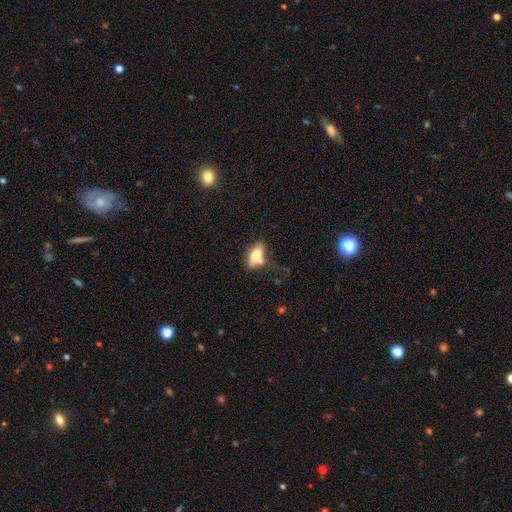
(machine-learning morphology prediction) This is likely a smooth galaxy (68%). How rounded: clearly in between (84%). Merging: possibly none (49%).